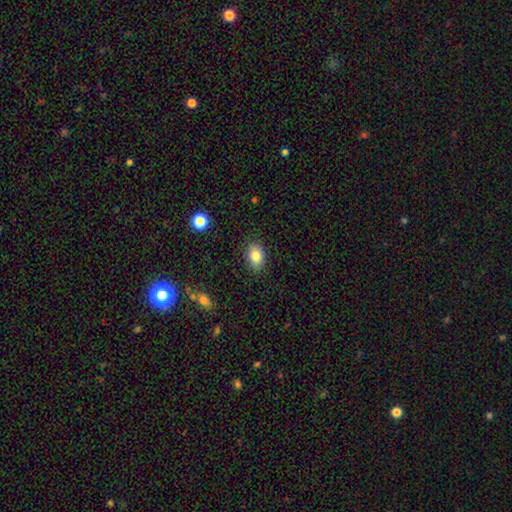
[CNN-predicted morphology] Smooth or featured: smooth — 83% (star or artifact — 9%)
How rounded: in between — 80% (round — 19%)
Merging: none — 85% (minor disturbance — 11%)